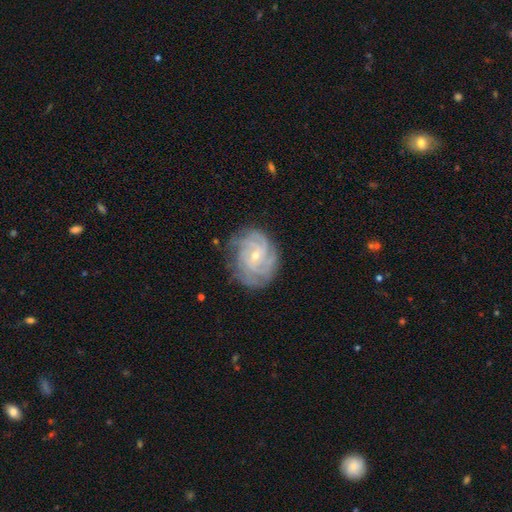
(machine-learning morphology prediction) Q: Smooth or featured?
A: featured or disk (86%); runner-up: smooth (8%)
Q: Edge-on disk?
A: no (97%); runner-up: yes (3%)
Q: Bar?
A: no (61%); runner-up: weak (33%)
Q: Spiral arms?
A: yes (97%); runner-up: no (3%)
Q: Spiral winding?
A: tight (70%); runner-up: medium (25%)
Q: Spiral arm count?
A: 4 (28%); runner-up: can't tell (24%)
Q: Bulge size?
A: small (69%); runner-up: moderate (28%)
Q: Merging?
A: none (77%); runner-up: minor disturbance (17%)